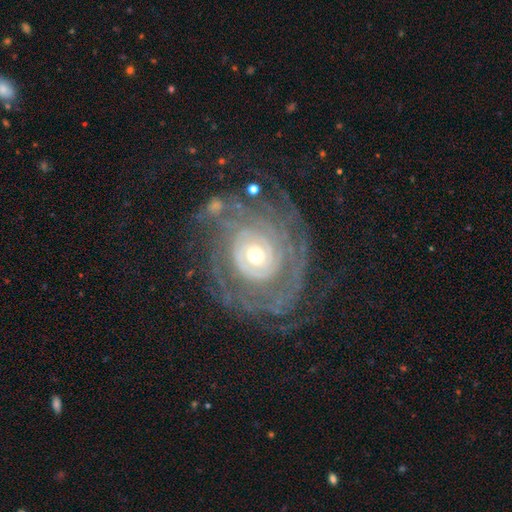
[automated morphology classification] smooth_or_featured: featured or disk (p=0.88) [alt: smooth p=0.07]
disk_edge_on: no (p=0.97) [alt: yes p=0.03]
bar: no (p=0.76) [alt: weak p=0.17]
has_spiral_arms: yes (p=0.94) [alt: no p=0.06]
spiral_winding: tight (p=0.80) [alt: medium p=0.15]
spiral_arm_count: can't tell (p=0.36) [alt: 2 p=0.15]
bulge_size: moderate (p=0.54) [alt: small p=0.39]
merging: none (p=0.69) [alt: minor disturbance p=0.16]